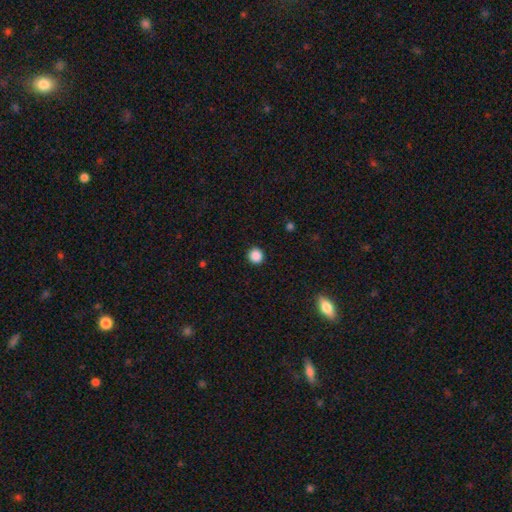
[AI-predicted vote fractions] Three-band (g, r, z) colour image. It shows a smooth galaxy with no disk features (88%) that is round (94%). Merging: none (93%).